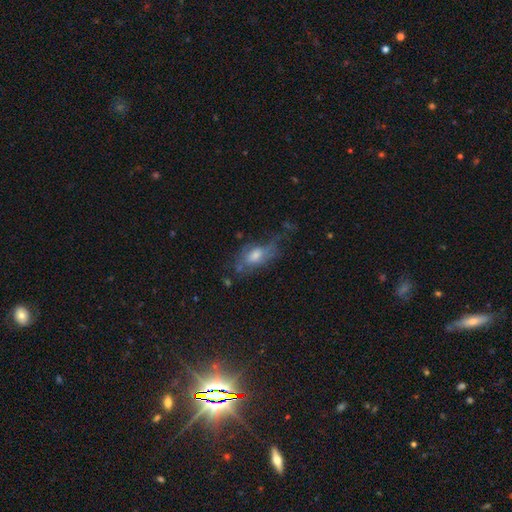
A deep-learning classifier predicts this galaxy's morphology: A featured or disk galaxy (45%). Merging: none (39%).